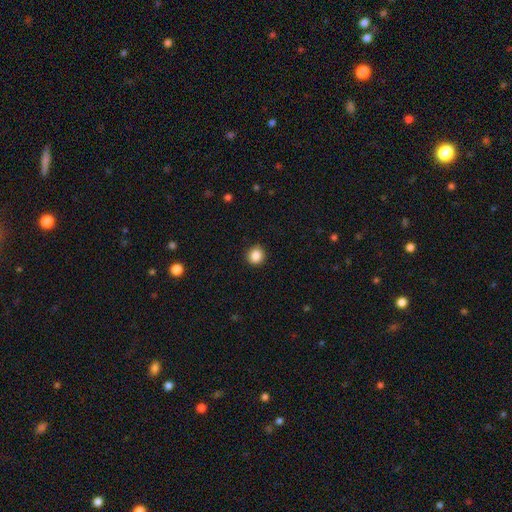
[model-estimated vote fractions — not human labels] A smooth galaxy with no disk features (87%) that is round (90%).

Vote fractions:
- Smooth or featured? smooth: 87% / star or artifact: 10% / featured or disk: 3%
- How rounded? round: 90% / in between: 9% / cigar-shaped: 1%
- Merging? none: 92% / minor disturbance: 6% / major disturbance: 2% / merger: 1%